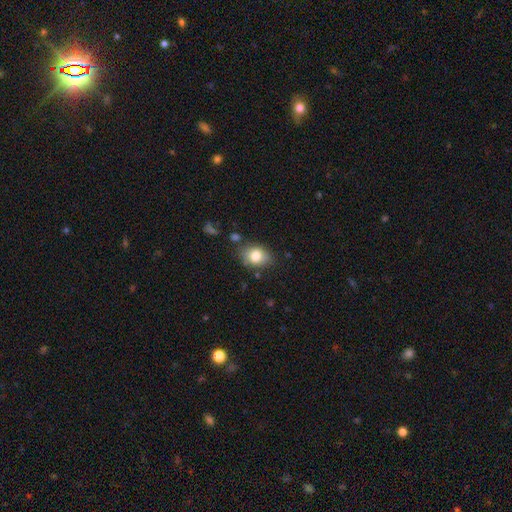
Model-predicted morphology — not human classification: Smooth or featured? smooth (80%)
How rounded? in between (70%)
Merging? none (75%)